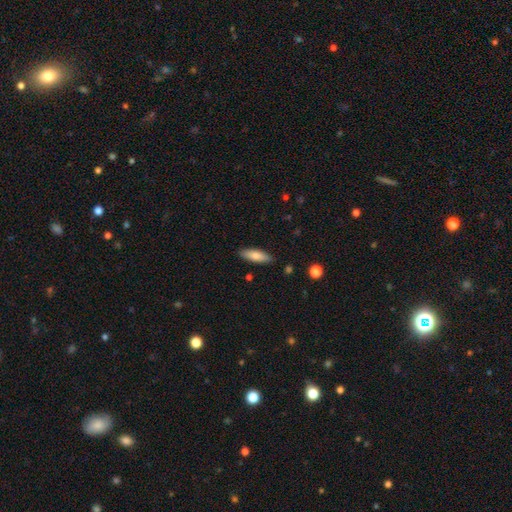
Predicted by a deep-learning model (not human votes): The model was most divided on "how rounded": in between: 52%, cigar-shaped: 46%, round: 2%. More confident: merging — none (87%); smooth or featured — smooth (78%).